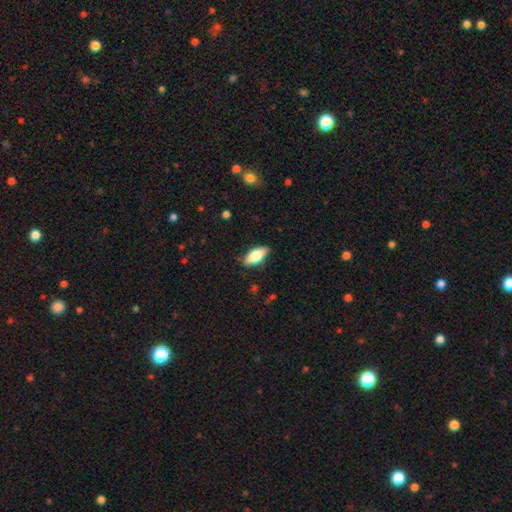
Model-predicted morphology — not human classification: type=smooth (70%); roundness=in between (79%); merging=none (85%).